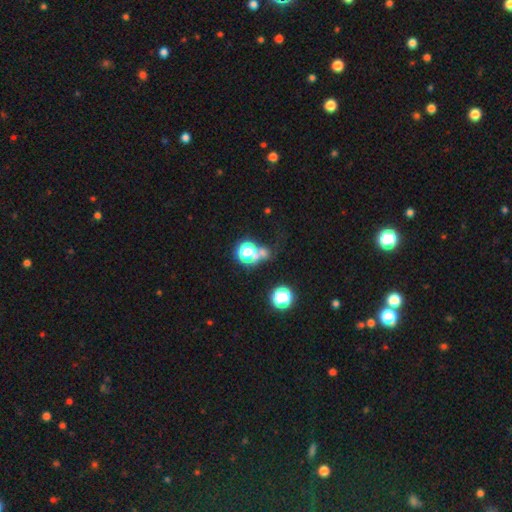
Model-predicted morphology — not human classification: This is possibly a smooth galaxy (46%). Merging: possibly none (52%).